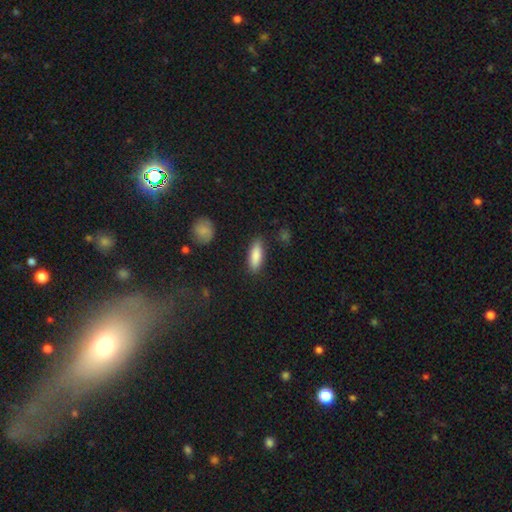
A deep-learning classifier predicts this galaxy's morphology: smooth 85%, featured or disk 9%, star or artifact 6%. Down the decision tree: how rounded — in between (58%); merging — none (85%).